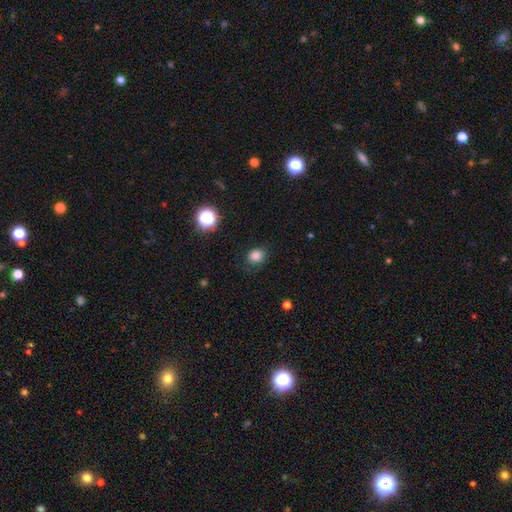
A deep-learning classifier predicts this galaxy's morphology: A smooth galaxy with no disk features (82%) that is round (62%).

Vote fractions:
- Smooth or featured? smooth: 82% / star or artifact: 13% / featured or disk: 4%
- How rounded? round: 62% / in between: 38% / cigar-shaped: 1%
- Merging? none: 78% / minor disturbance: 16% / major disturbance: 5% / merger: 1%